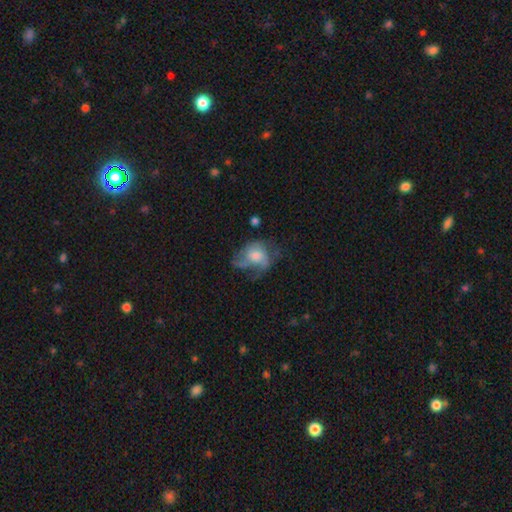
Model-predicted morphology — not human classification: Smooth or featured? featured or disk (50%)
Edge-on disk? no (97%)
Merging? none (39%)